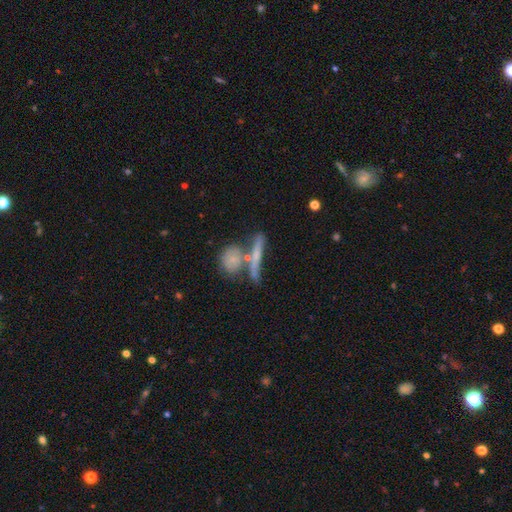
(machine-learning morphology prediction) smooth-or-featured: featured or disk: 45% | smooth: 44% | star or artifact: 11%
  merging: none: 55% | merger: 31% | minor disturbance: 10% | major disturbance: 4%